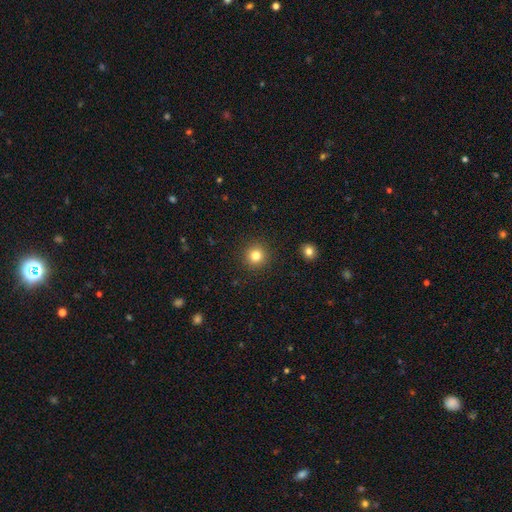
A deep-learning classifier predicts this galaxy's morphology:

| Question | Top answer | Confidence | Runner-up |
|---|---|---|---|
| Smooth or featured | smooth | 81% | star or artifact (13%) |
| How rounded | round | 94% | in between (5%) |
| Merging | none | 91% | minor disturbance (6%) |